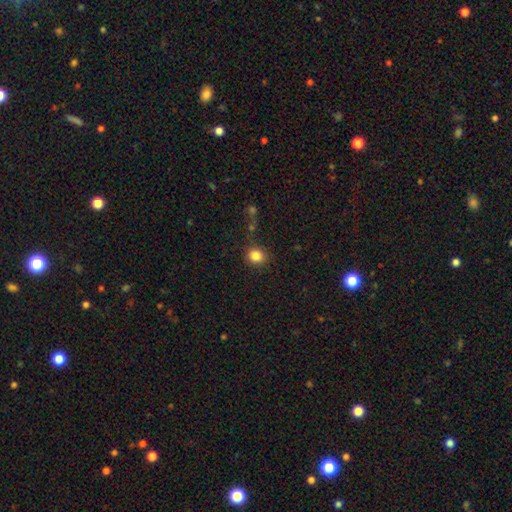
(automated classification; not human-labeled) smooth-or-featured: smooth: 85% | star or artifact: 11% | featured or disk: 5%
  how-rounded: round: 87% | in between: 12% | cigar-shaped: 1%
  merging: none: 83% | minor disturbance: 9% | major disturbance: 4% | merger: 3%